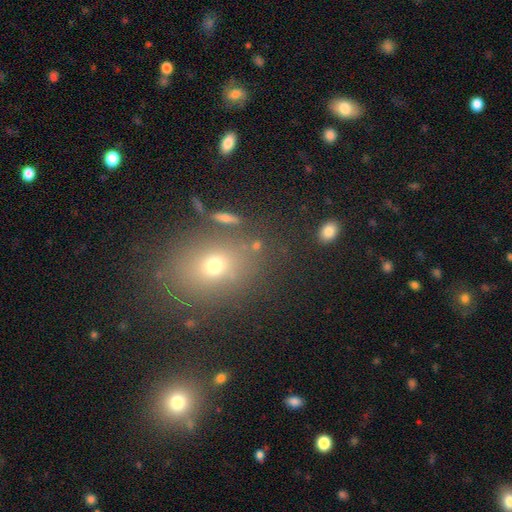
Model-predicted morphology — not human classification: Smooth or featured? Predicted: smooth (p=0.63). How rounded? Predicted: in between (p=0.54). Merging? Predicted: none (p=0.79).